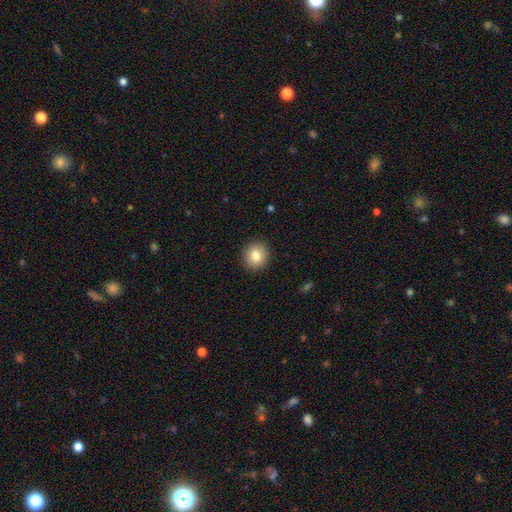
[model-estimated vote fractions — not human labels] The model was most divided on "smooth or featured": smooth: 82%, star or artifact: 9%, featured or disk: 8%. More confident: merging — none (91%); how rounded — round (87%).